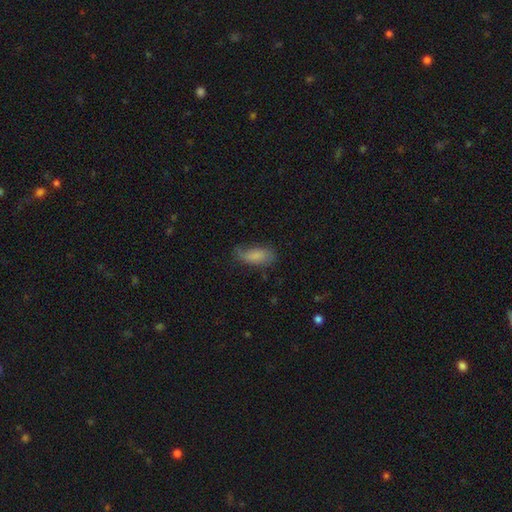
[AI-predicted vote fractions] Smooth or featured: smooth — 77% (featured or disk — 15%)
How rounded: in between — 86% (cigar-shaped — 11%)
Merging: none — 53% (minor disturbance — 31%)